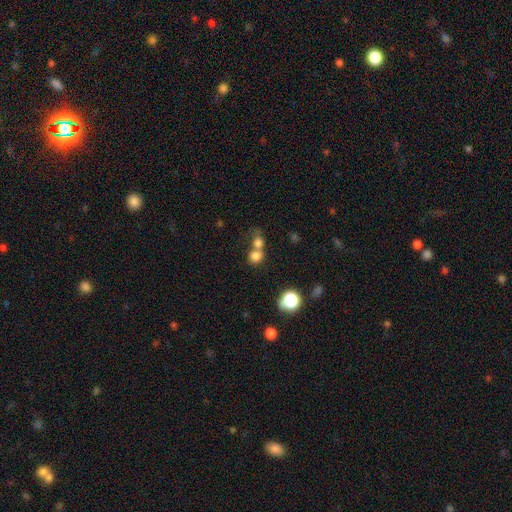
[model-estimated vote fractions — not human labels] A smooth galaxy with no disk features (77%) that is round (79%). Merging: merger (51%).